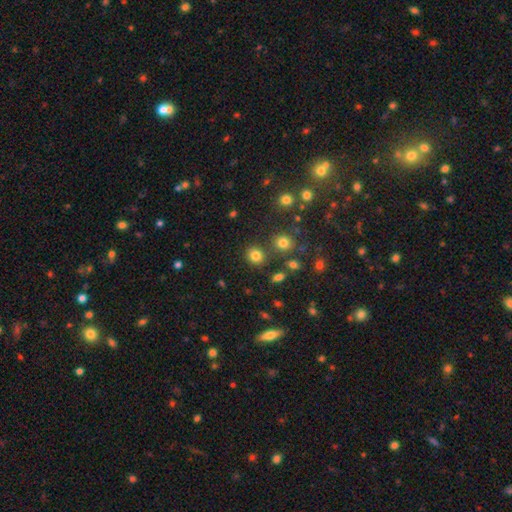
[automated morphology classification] type=smooth (80%); roundness=round (81%); merging=none (80%).